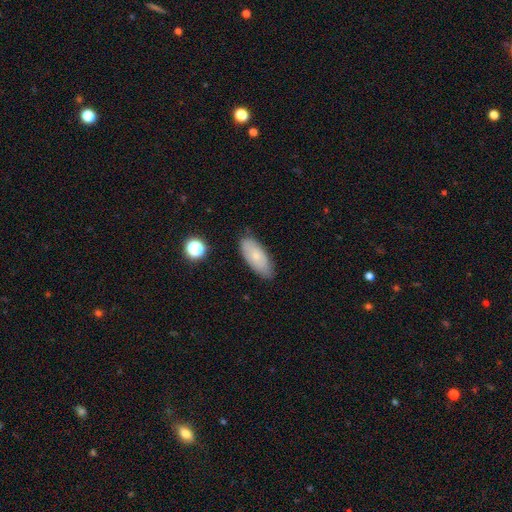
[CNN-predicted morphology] This is likely a smooth galaxy (70%). How rounded: clearly in between (85%). Merging: likely none (80%).